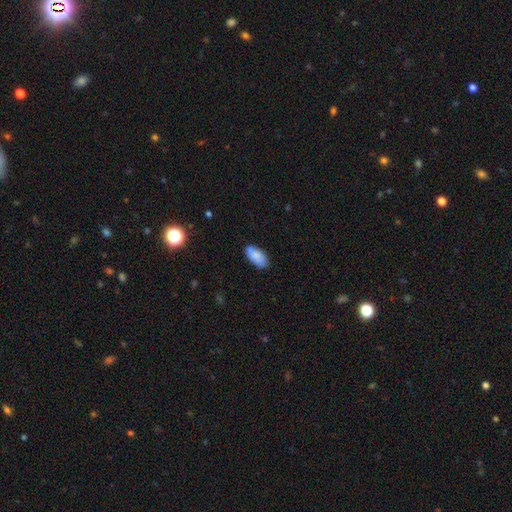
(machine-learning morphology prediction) A smooth galaxy with no disk features (84%) that is in between round and cigar-shaped (92%). Merging: none (76%).